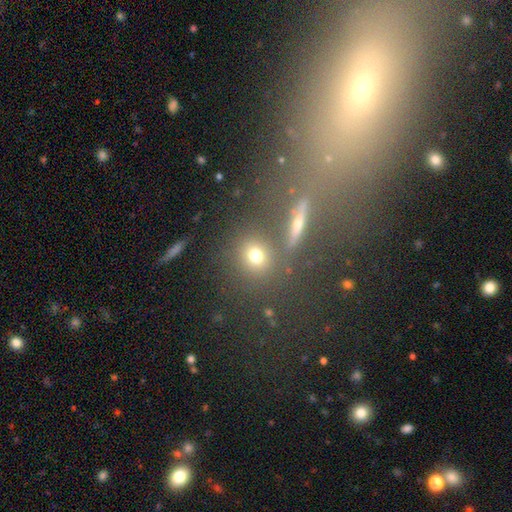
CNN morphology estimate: A smooth galaxy with no disk features (67%) that is round (81%). Merging: none (73%).